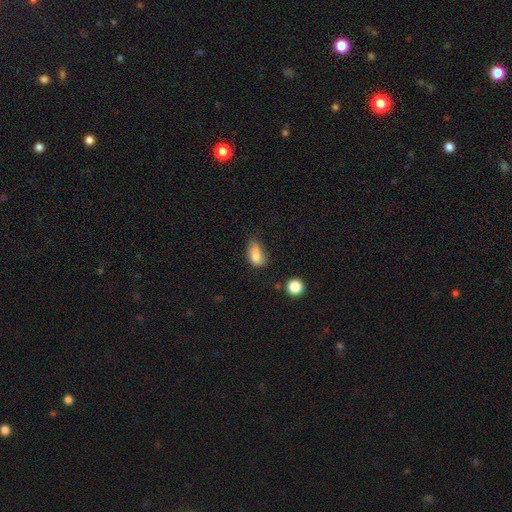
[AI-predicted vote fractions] smooth 78%, featured or disk 12%, star or artifact 10%. Down the decision tree: how rounded — in between (83%); merging — minor disturbance (41%).